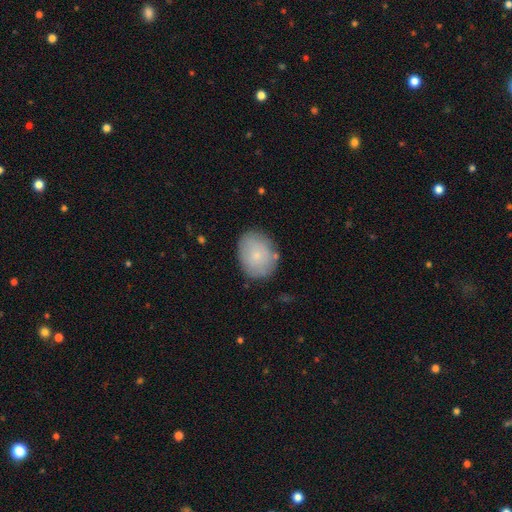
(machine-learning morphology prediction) Smooth or featured?
  - smooth: 75% *
  - featured or disk: 19%
  - star or artifact: 7%
How rounded?
  - in between: 56% *
  - round: 43%
  - cigar-shaped: 1%
Merging?
  - none: 79% *
  - minor disturbance: 15%
  - major disturbance: 3%
  - merger: 2%